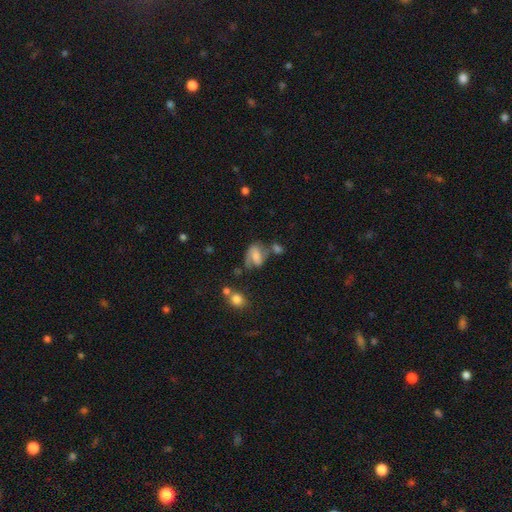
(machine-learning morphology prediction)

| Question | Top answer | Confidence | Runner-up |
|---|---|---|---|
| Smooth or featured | featured or disk | 51% | smooth (39%) |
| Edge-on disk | no | 96% | yes (4%) |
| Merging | none | 41% | minor disturbance (24%) |